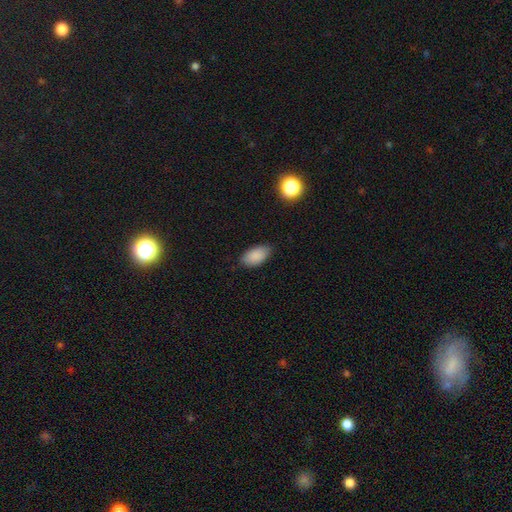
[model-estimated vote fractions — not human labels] A smooth galaxy with no disk features (88%) that is in between round and cigar-shaped (94%).

Vote fractions:
- Smooth or featured? smooth: 88% / star or artifact: 8% / featured or disk: 4%
- How rounded? in between: 94% / round: 3% / cigar-shaped: 2%
- Merging? none: 83% / minor disturbance: 13% / major disturbance: 3% / merger: 1%